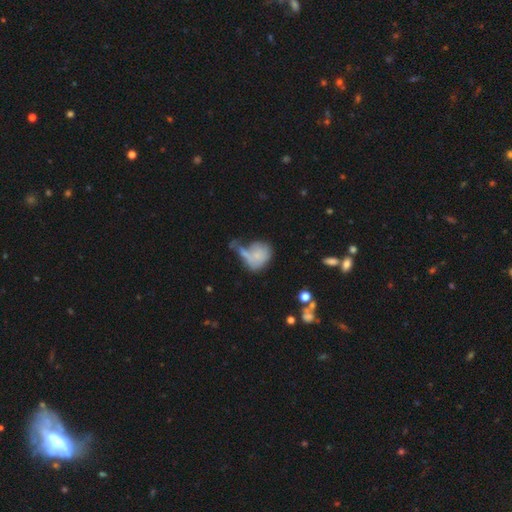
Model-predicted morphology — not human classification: smooth 67%, featured or disk 24%, star or artifact 10%. Down the decision tree: how rounded — in between (51%); merging — merger (29%).